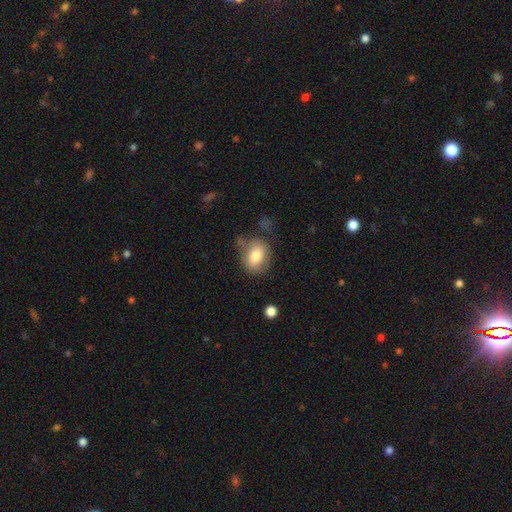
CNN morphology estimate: This is likely a smooth galaxy (77%). How rounded: possibly in between (59%). Merging: likely none (61%).